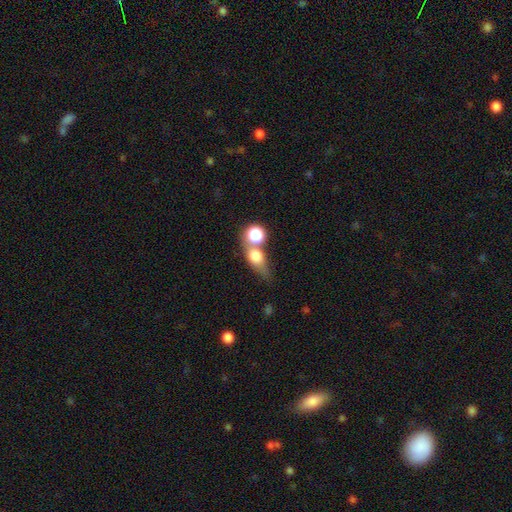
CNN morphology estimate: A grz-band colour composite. It shows a smooth galaxy with no disk features (67%) that is round (44%). Merging: merger (47%).